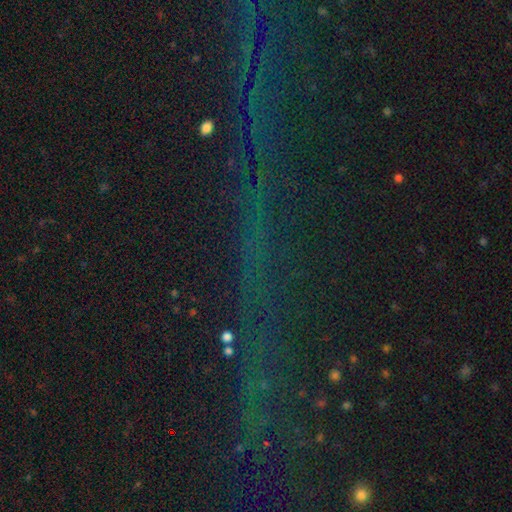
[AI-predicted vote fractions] Q: Smooth or featured?
A: star or artifact (72%); runner-up: featured or disk (15%)